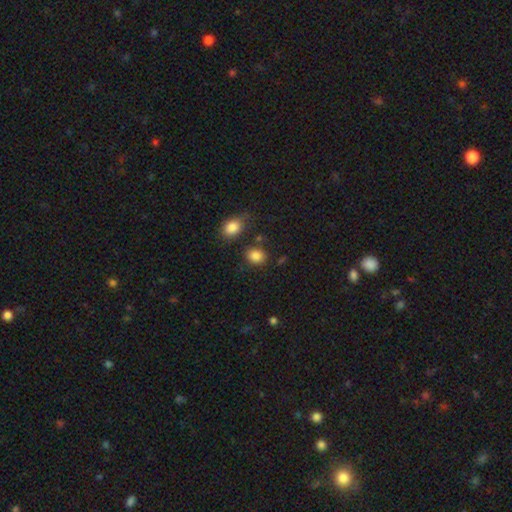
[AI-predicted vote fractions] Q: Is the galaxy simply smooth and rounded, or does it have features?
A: smooth — 86%.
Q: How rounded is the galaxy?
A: round — 57%.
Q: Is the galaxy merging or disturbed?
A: none — 78%.